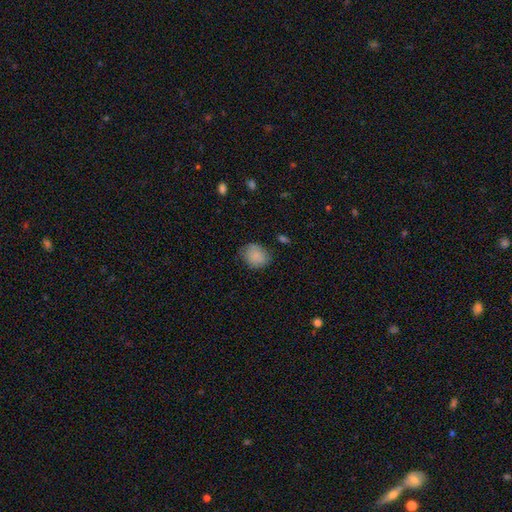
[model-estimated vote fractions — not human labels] A smooth galaxy with no disk features (85%) that is round (57%).

Vote fractions:
- Smooth or featured? smooth: 85% / star or artifact: 8% / featured or disk: 7%
- How rounded? round: 57% / in between: 42% / cigar-shaped: 1%
- Merging? none: 75% / minor disturbance: 19% / major disturbance: 4% / merger: 2%